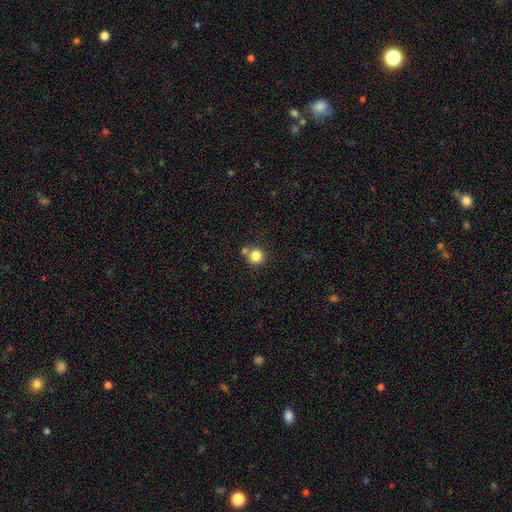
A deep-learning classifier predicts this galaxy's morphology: Smooth or featured?
  - smooth: 82% *
  - star or artifact: 12%
  - featured or disk: 6%
How rounded?
  - round: 93% *
  - in between: 6%
  - cigar-shaped: 1%
Merging?
  - none: 70% *
  - merger: 18%
  - minor disturbance: 9%
  - major disturbance: 3%